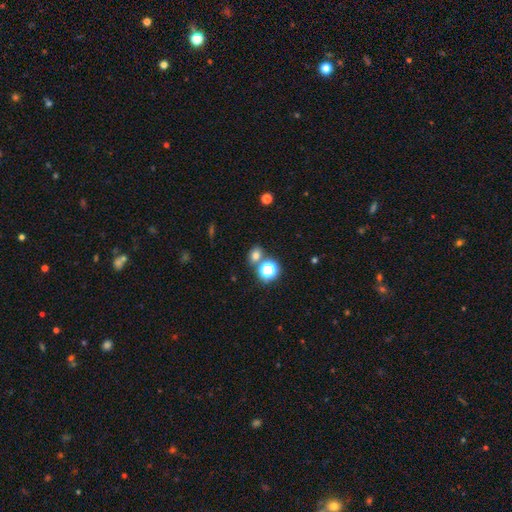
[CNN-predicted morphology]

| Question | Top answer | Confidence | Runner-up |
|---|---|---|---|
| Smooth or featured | smooth | 69% | star or artifact (24%) |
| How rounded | round | 56% | in between (43%) |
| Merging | none | 71% | merger (16%) |